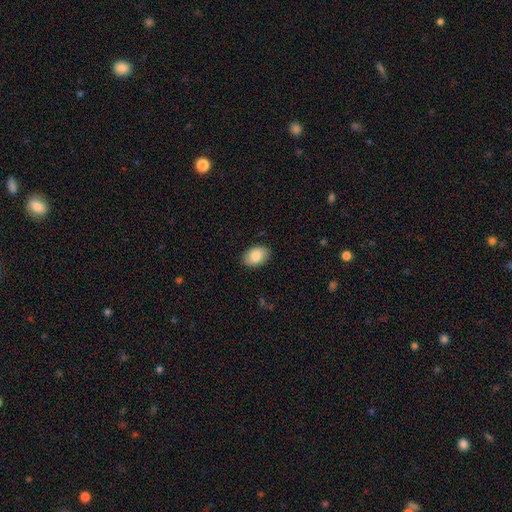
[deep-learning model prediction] Smooth or featured?
  - smooth: 86% *
  - featured or disk: 7%
  - star or artifact: 7%
How rounded?
  - in between: 85% *
  - round: 14%
  - cigar-shaped: 1%
Merging?
  - none: 88% *
  - minor disturbance: 9%
  - major disturbance: 2%
  - merger: 1%